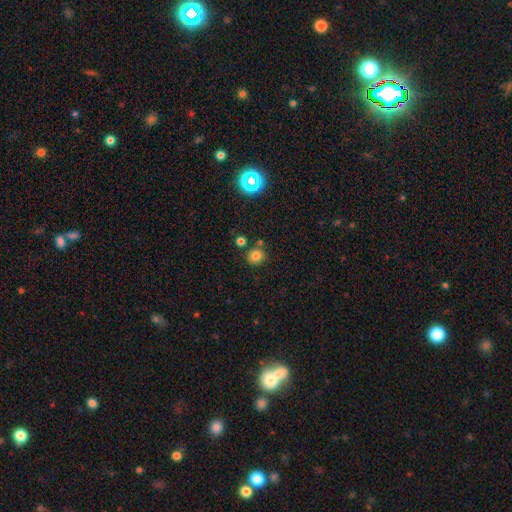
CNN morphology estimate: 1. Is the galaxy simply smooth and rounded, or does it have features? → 77% smooth, 17% star or artifact, 7% featured or disk.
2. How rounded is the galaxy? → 85% round, 14% in between, 1% cigar-shaped.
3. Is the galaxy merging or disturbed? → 77% none, 10% merger, 10% minor disturbance, 3% major disturbance.